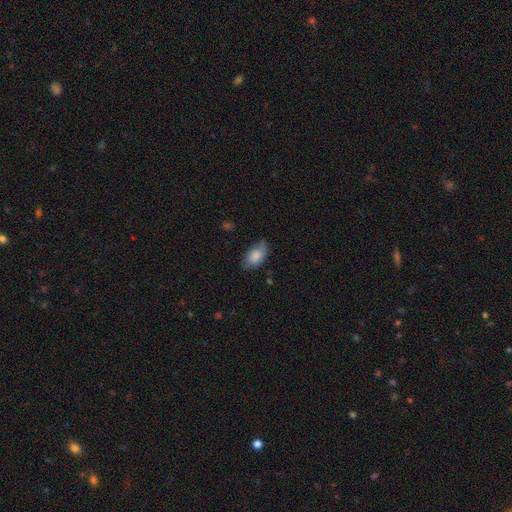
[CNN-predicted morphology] A smooth galaxy with no disk features (80%) that is in between round and cigar-shaped (93%).

Vote fractions:
- Smooth or featured? smooth: 80% / featured or disk: 13% / star or artifact: 7%
- How rounded? in between: 93% / round: 4% / cigar-shaped: 3%
- Merging? none: 66% / minor disturbance: 26% / major disturbance: 6% / merger: 2%